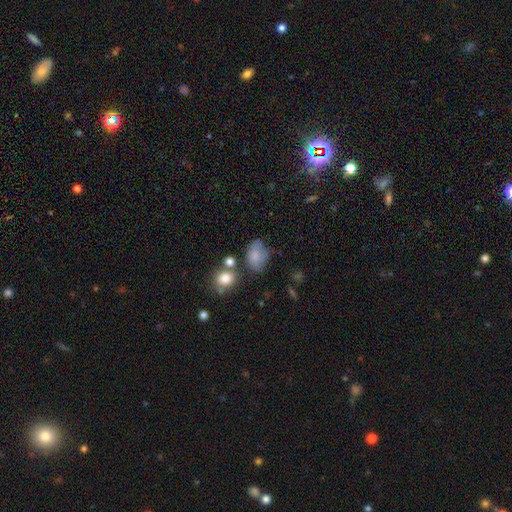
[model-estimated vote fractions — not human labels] Q: Smooth or featured?
A: smooth (75%); runner-up: featured or disk (15%)
Q: How rounded?
A: in between (72%); runner-up: round (26%)
Q: Merging?
A: none (47%); runner-up: minor disturbance (27%)